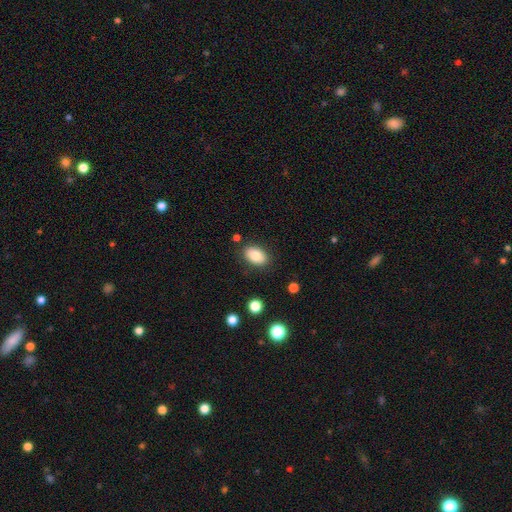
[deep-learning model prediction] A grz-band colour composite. It shows a smooth galaxy with no disk features (82%) that is in between round and cigar-shaped (88%). Merging: none (84%).